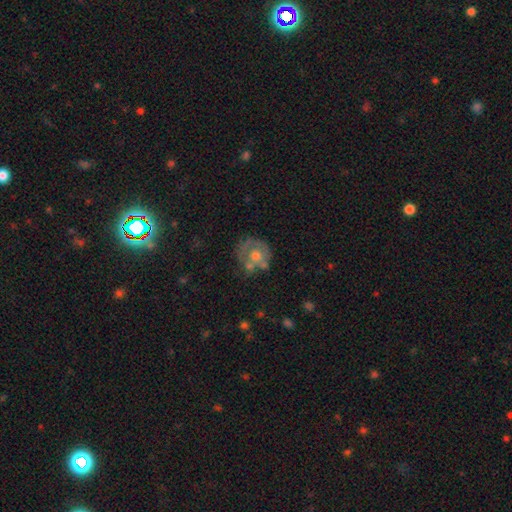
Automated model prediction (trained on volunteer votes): smooth_or_featured: featured or disk (p=0.50) [alt: smooth p=0.41]
disk_edge_on: no (p=0.97) [alt: yes p=0.03]
merging: none (p=0.45) [alt: minor disturbance p=0.21]